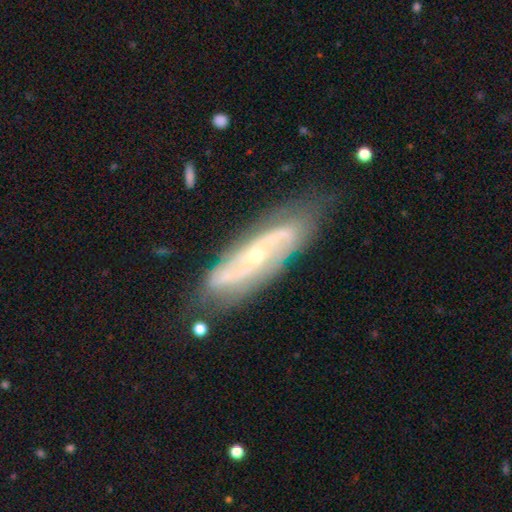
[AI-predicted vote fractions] This appears to be a featured or disk galaxy (83%) with no bar (54%), 2 (73%) medium (43%) spiral arms (91%) and a small central bulge (66%). Merging: none (75%).